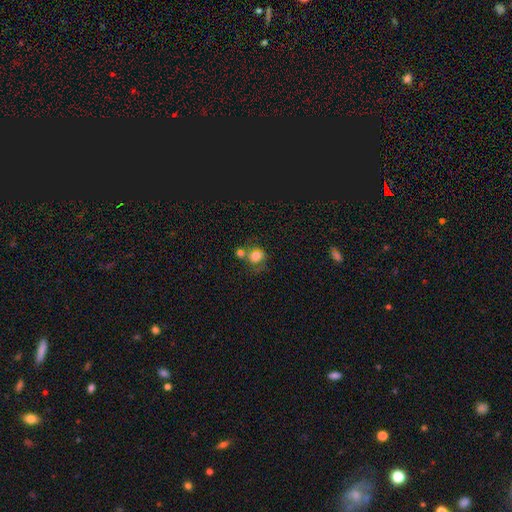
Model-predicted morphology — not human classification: smooth 74%, featured or disk 14%, star or artifact 12%. Down the decision tree: how rounded — round (71%); merging — none (40%).